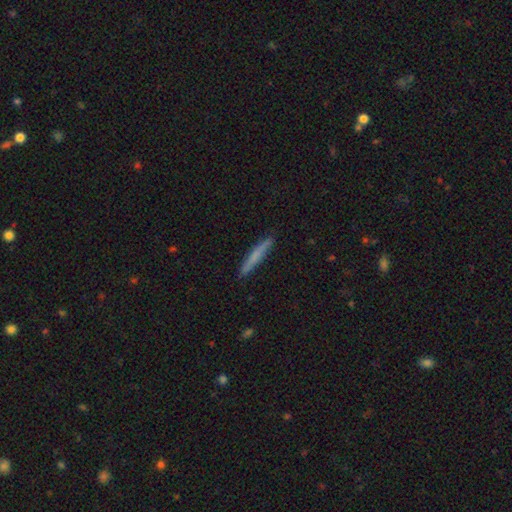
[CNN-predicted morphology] The model was most divided on "smooth or featured": smooth: 65%, featured or disk: 29%, star or artifact: 6%. More confident: how rounded — cigar-shaped (96%); merging — none (88%).